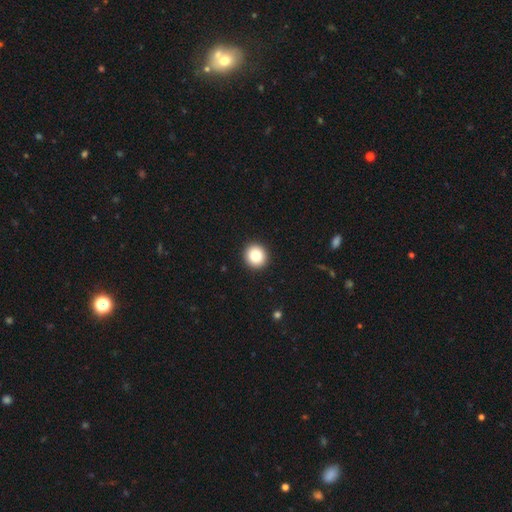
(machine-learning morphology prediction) A smooth galaxy with no disk features (82%) that is round (92%).

Vote fractions:
- Smooth or featured? smooth: 82% / star or artifact: 9% / featured or disk: 9%
- How rounded? round: 92% / in between: 7% / cigar-shaped: 1%
- Merging? none: 93% / minor disturbance: 4% / major disturbance: 1% / merger: 1%